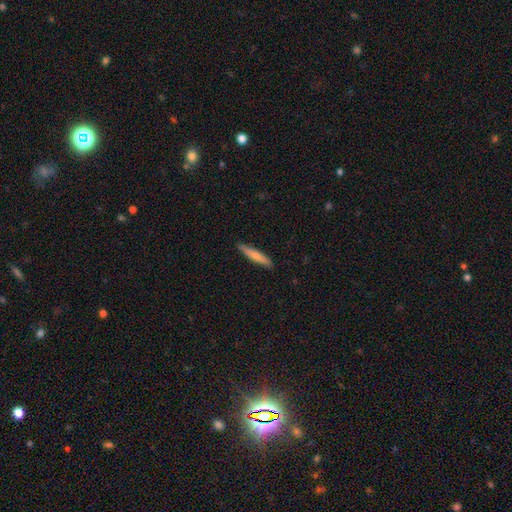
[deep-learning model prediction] smooth_or_featured: smooth (p=0.72) [alt: featured or disk p=0.23]
how_rounded: cigar-shaped (p=0.91) [alt: in between p=0.07]
merging: none (p=0.90) [alt: minor disturbance p=0.08]